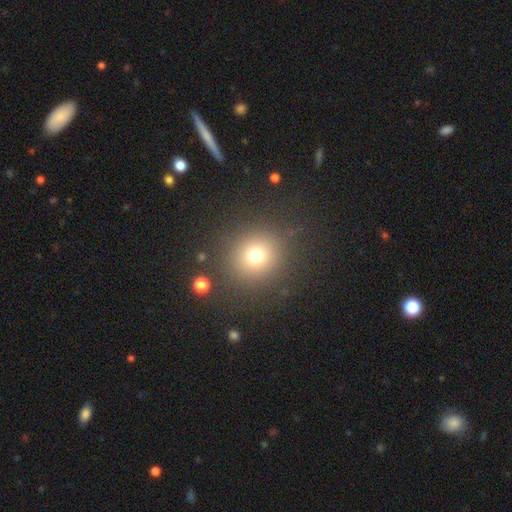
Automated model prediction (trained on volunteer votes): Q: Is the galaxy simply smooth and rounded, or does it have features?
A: smooth — 73%.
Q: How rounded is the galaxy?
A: round — 88%.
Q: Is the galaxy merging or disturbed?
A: none — 86%.